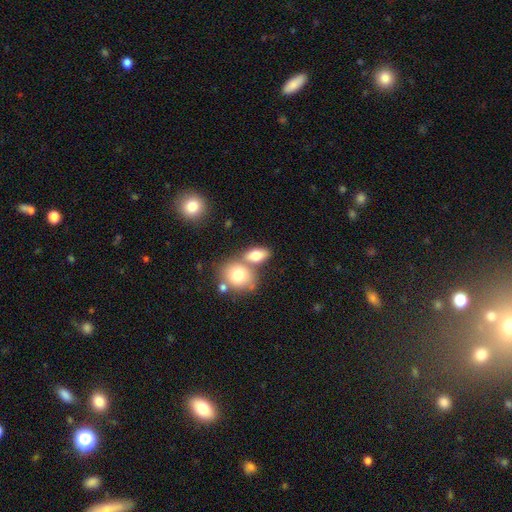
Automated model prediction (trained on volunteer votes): The model was most divided on "merging": none: 44%, merger: 40%, minor disturbance: 11%, major disturbance: 4%. More confident: smooth or featured — smooth (78%); how rounded — in between (77%).